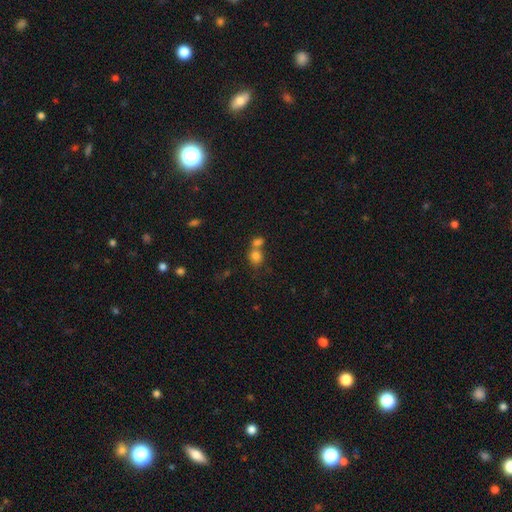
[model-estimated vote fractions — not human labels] Smooth or featured?
  - smooth: 79% *
  - star or artifact: 12%
  - featured or disk: 9%
How rounded?
  - round: 70% *
  - in between: 28%
  - cigar-shaped: 1%
Merging?
  - merger: 52% *
  - none: 37%
  - minor disturbance: 7%
  - major disturbance: 4%